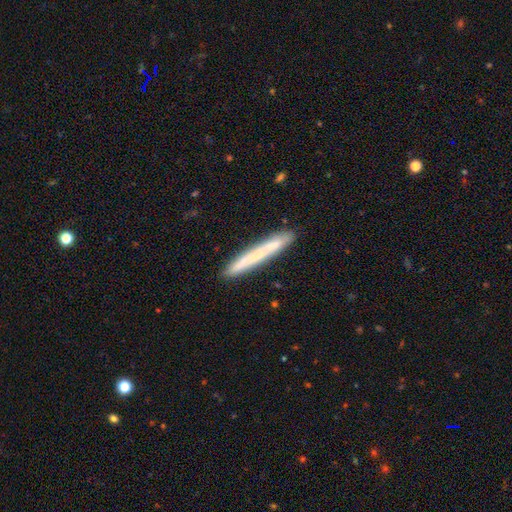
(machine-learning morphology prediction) smooth 62%, featured or disk 31%, star or artifact 7%. Down the decision tree: how rounded — cigar-shaped (97%); merging — none (87%).